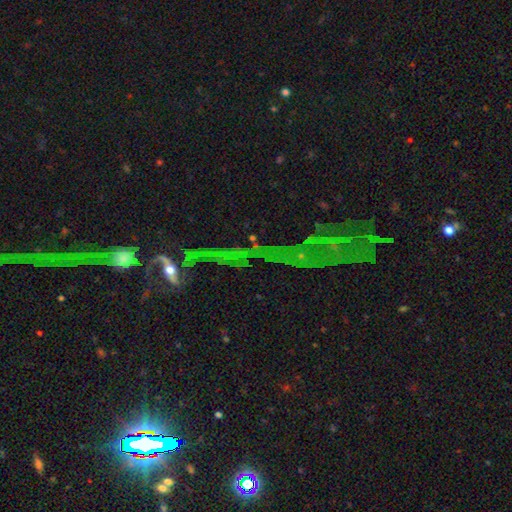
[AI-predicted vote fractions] smooth_or_featured: star or artifact (p=0.56) [alt: featured or disk p=0.29]